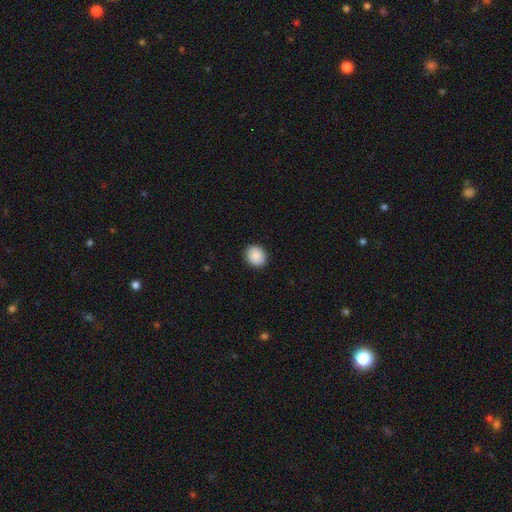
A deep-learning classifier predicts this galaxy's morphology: smooth_or_featured: smooth (p=0.90) [alt: star or artifact p=0.07]
how_rounded: round (p=0.64) [alt: in between p=0.35]
merging: none (p=0.90) [alt: minor disturbance p=0.07]